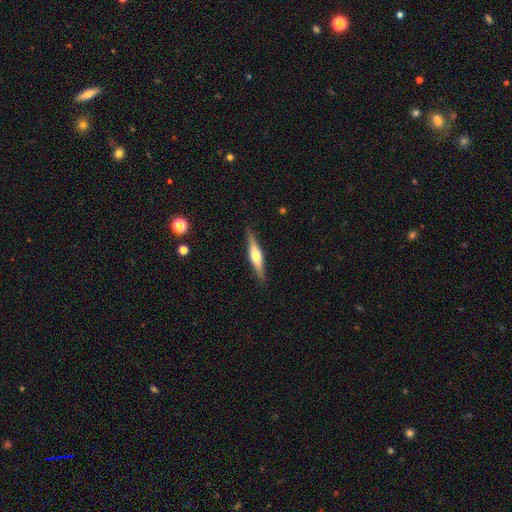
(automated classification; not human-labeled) Morphology: type=featured or disk (65%); edge-on=yes (96%); edge-on bulge=rounded (91%); merging=none (89%).